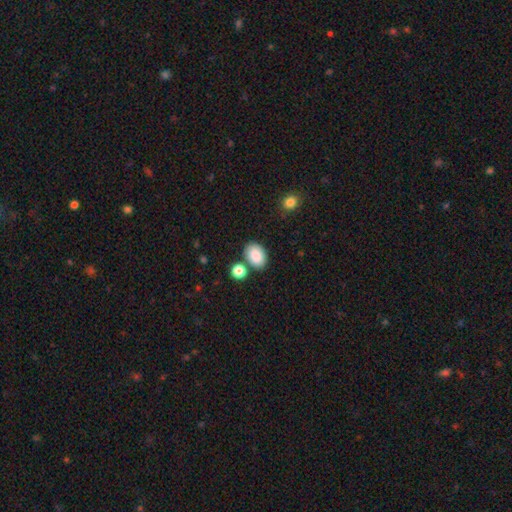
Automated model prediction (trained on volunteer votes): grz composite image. It shows a smooth galaxy with no disk features (87%) that is in between round and cigar-shaped (84%). Merging: none (76%).